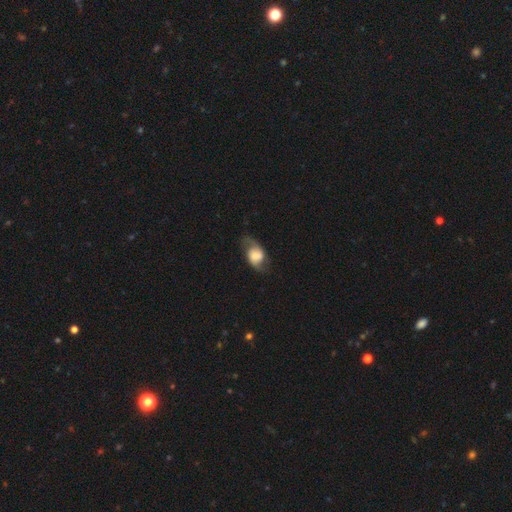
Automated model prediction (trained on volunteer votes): Smooth or featured? Predicted: featured or disk (p=0.55). Edge-on disk? Predicted: no (p=0.93). Bar? Predicted: no (p=0.57). Spiral arms? Predicted: yes (p=0.86). Bulge size? Predicted: large (p=0.36). Merging? Predicted: none (p=0.65).